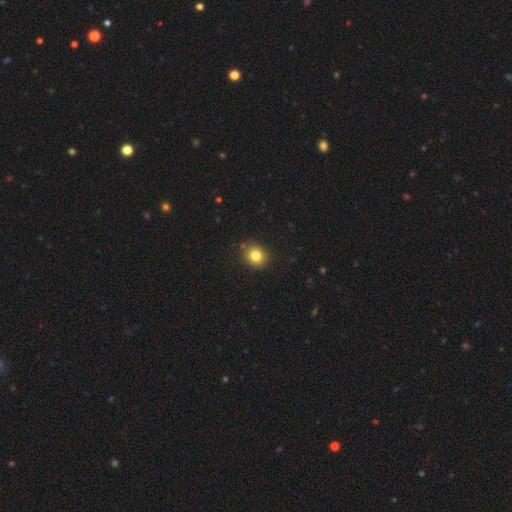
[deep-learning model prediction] The model was most divided on "how rounded": round: 82%, in between: 17%, cigar-shaped: 1%. More confident: merging — none (88%); smooth or featured — smooth (82%).